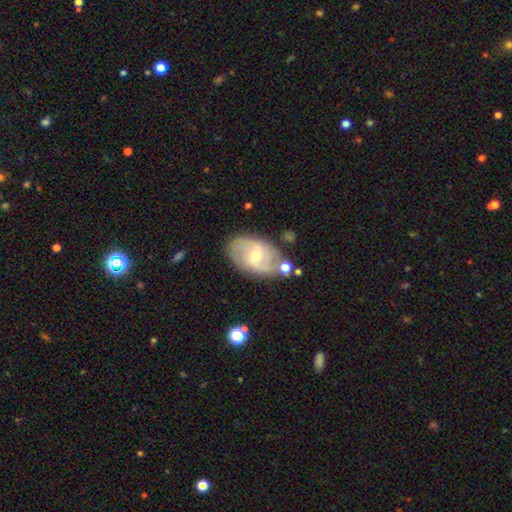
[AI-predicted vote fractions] Morphology: type=featured or disk (65%); edge-on=no (94%); bar=weak (51%); spiral arms=yes (75%); bulge=moderate (55%); merging=none (73%).